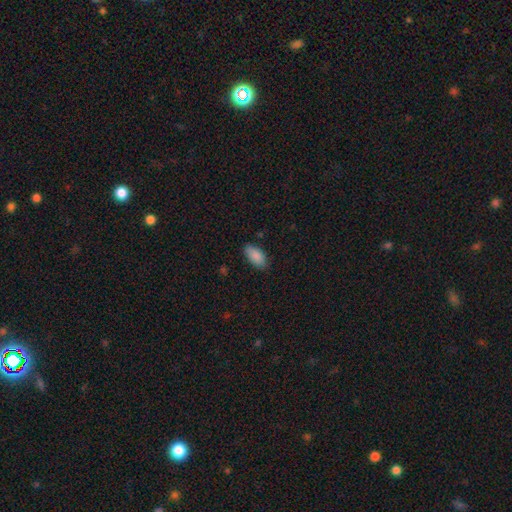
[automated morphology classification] Overall: smooth (88%). How rounded: in between (92%). Merging: none (84%).